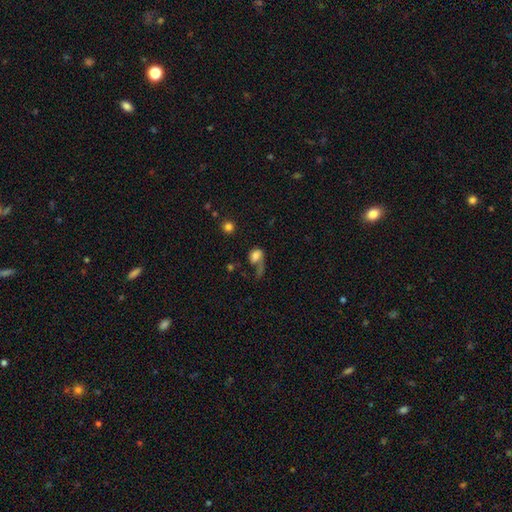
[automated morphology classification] A smooth galaxy with no disk features (55%) that is in between round and cigar-shaped (72%).

Vote fractions:
- Smooth or featured? smooth: 55% / featured or disk: 34% / star or artifact: 11%
- How rounded? in between: 72% / round: 24% / cigar-shaped: 4%
- Merging? major disturbance: 52% / none: 23% / minor disturbance: 14% / merger: 11%